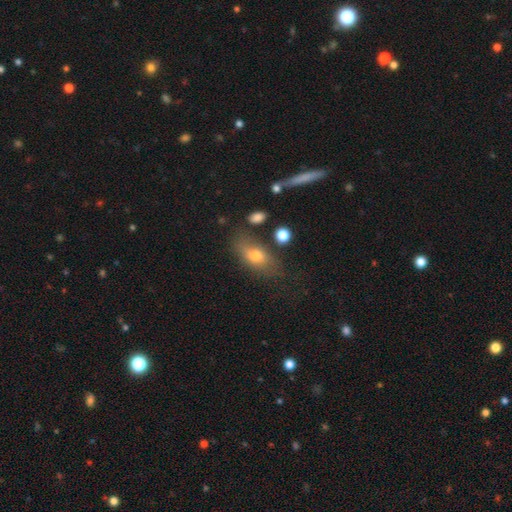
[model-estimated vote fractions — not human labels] Morphology: type=smooth (69%); roundness=in between (82%); merging=none (61%).